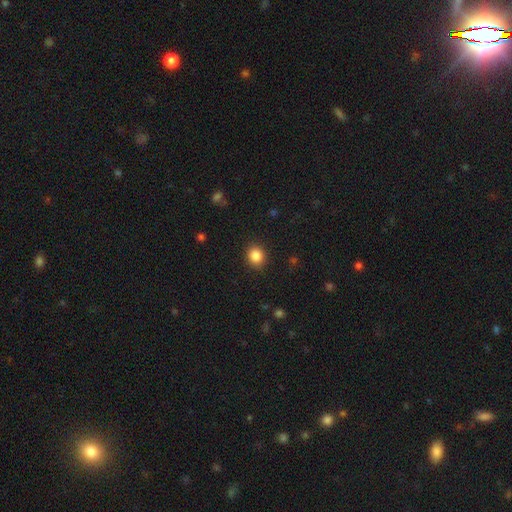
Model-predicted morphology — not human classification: Smooth or featured? Predicted: smooth (p=0.86). How rounded? Predicted: round (p=0.74). Merging? Predicted: none (p=0.90).